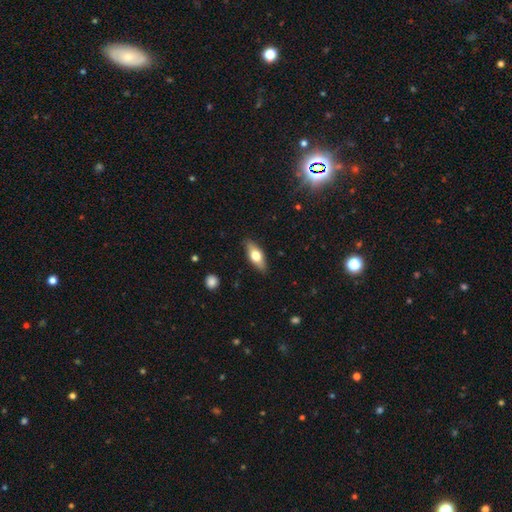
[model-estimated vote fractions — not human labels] A smooth galaxy with no disk features (62%) that is in between round and cigar-shaped (71%).

Vote fractions:
- Smooth or featured? smooth: 62% / featured or disk: 31% / star or artifact: 6%
- How rounded? in between: 71% / cigar-shaped: 25% / round: 3%
- Merging? none: 86% / minor disturbance: 11% / major disturbance: 2% / merger: 1%